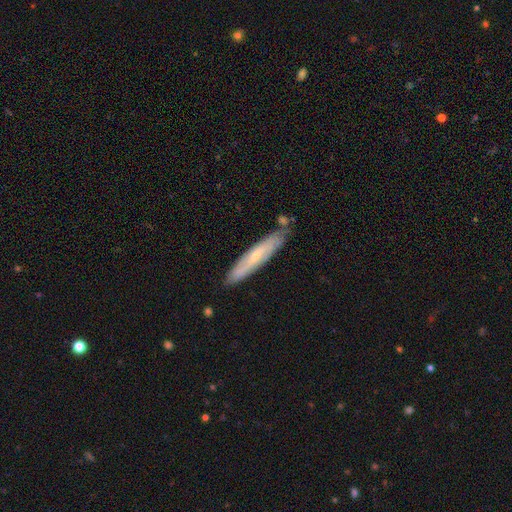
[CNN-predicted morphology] Smooth or featured: featured or disk — 47% (smooth — 46%)
Merging: none — 78% (minor disturbance — 15%)